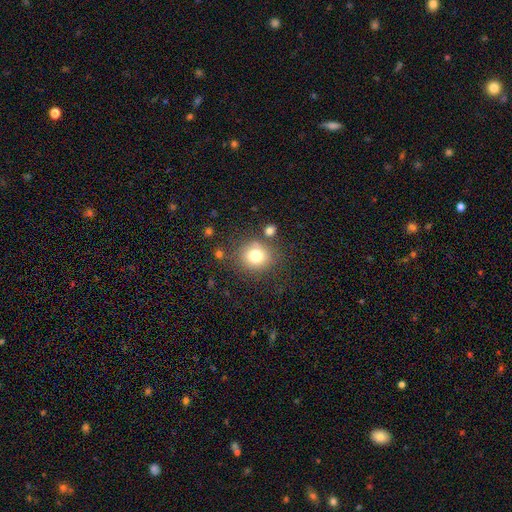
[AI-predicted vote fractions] Overall: smooth (77%). How rounded: round (85%). Merging: none (76%).